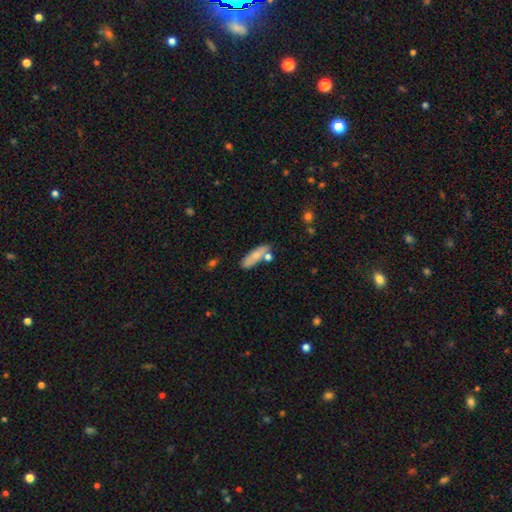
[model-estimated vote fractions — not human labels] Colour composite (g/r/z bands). It shows a smooth galaxy with no disk features (71%) that is in between round and cigar-shaped (53%). Merging: none (63%).